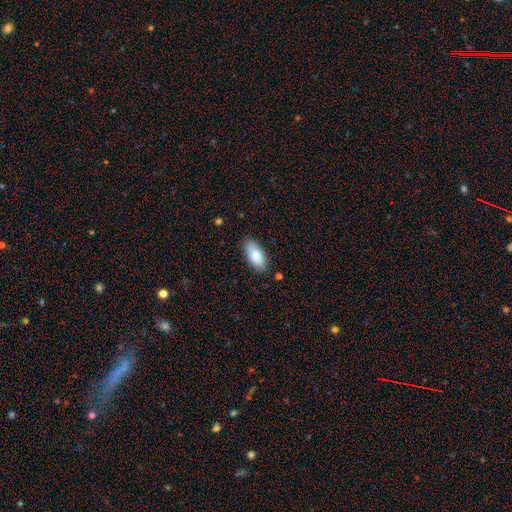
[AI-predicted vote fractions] The model was most divided on "smooth or featured": smooth: 80%, featured or disk: 14%, star or artifact: 6%. More confident: how rounded — in between (90%); merging — none (85%).